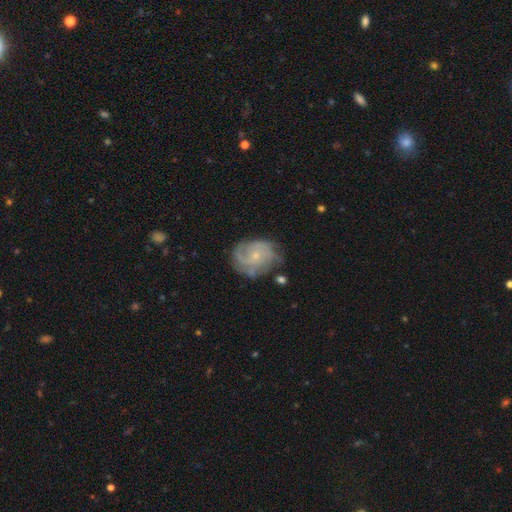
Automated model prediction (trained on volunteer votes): Overall: featured or disk (77%). Edge-on disk: no (98%). Bar: no (76%). Spiral arms: yes (91%). Spiral arm count: can't tell (33%; 2 27%). Spiral winding: tight (49%; medium 37%). Bulge size: small (75%). Merging: none (65%).